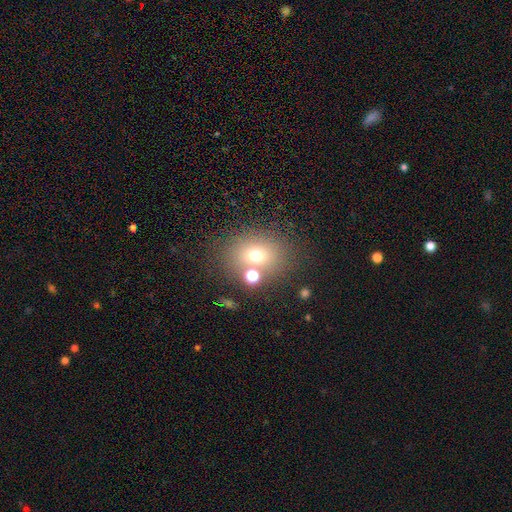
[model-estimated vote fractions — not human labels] The model was most divided on "how rounded": round: 53%, in between: 46%, cigar-shaped: 1%. More confident: smooth or featured — smooth (67%); merging — none (67%).